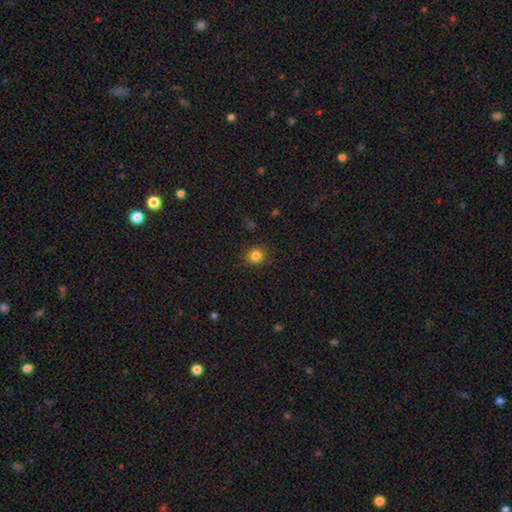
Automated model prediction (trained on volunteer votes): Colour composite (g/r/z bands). It shows a smooth galaxy with no disk features (83%) that is round (88%). Merging: none (89%).